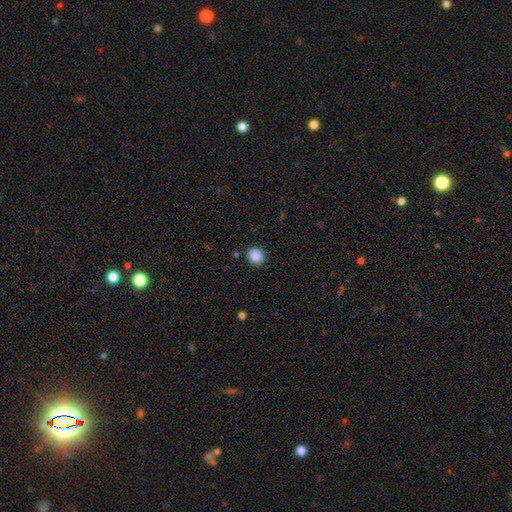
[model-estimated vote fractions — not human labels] smooth-or-featured: smooth: 88% | star or artifact: 9% | featured or disk: 3%
  how-rounded: round: 78% | in between: 22% | cigar-shaped: 1%
  merging: none: 85% | minor disturbance: 11% | major disturbance: 3% | merger: 2%